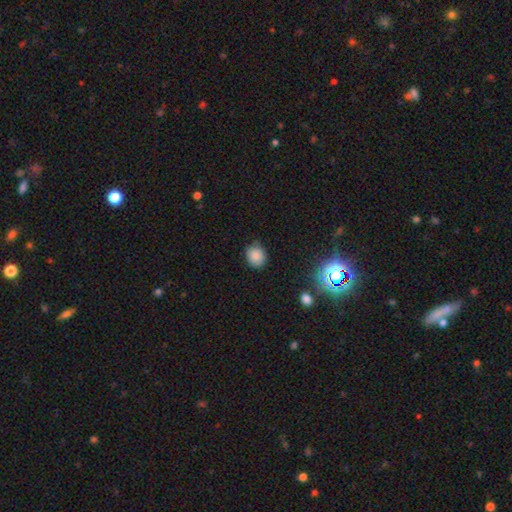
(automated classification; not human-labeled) This appears to be a smooth galaxy with no disk features (83%) that is round (72%). Merging: none (80%).